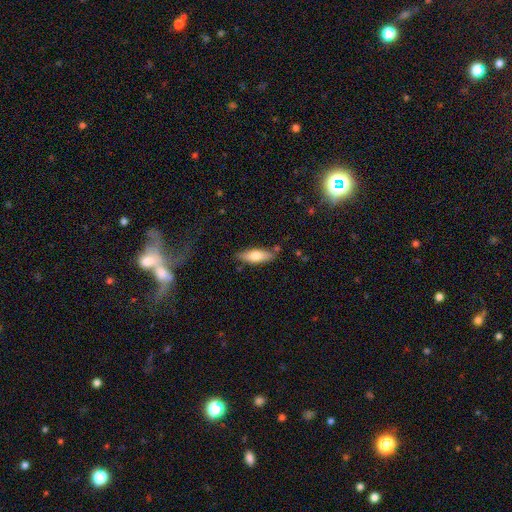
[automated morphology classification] Smooth or featured? smooth (69%)
How rounded? in between (57%)
Merging? none (78%)